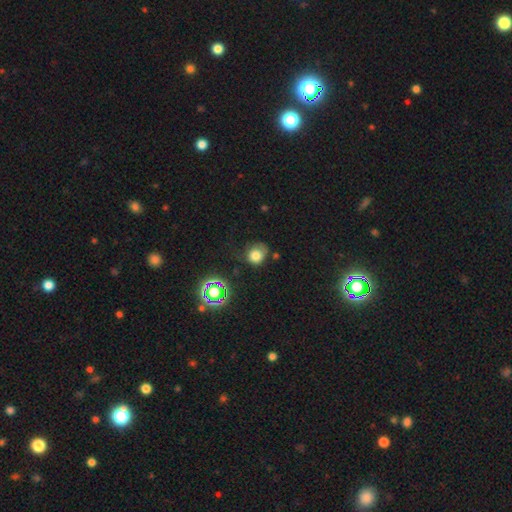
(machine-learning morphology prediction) smooth_or_featured: smooth (p=0.73) [alt: star or artifact p=0.16]
how_rounded: round (p=0.78) [alt: in between p=0.21]
merging: none (p=0.50) [alt: minor disturbance p=0.29]